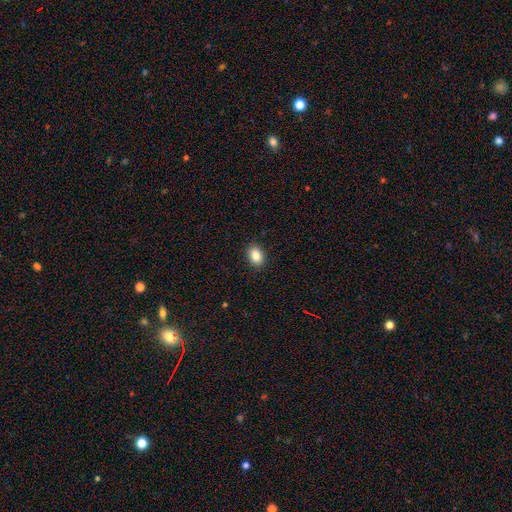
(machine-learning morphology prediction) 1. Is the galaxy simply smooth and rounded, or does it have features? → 85% smooth, 9% star or artifact, 7% featured or disk.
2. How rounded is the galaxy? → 77% in between, 22% round, 1% cigar-shaped.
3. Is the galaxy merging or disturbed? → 90% none, 7% minor disturbance, 2% major disturbance, 1% merger.